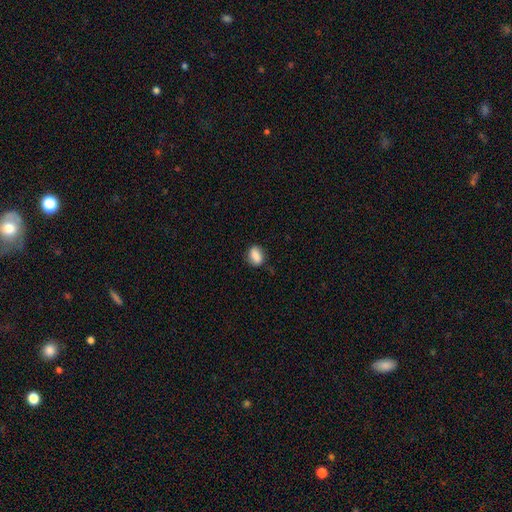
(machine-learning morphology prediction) Overall: smooth (85%). How rounded: in between (76%). Merging: none (76%).